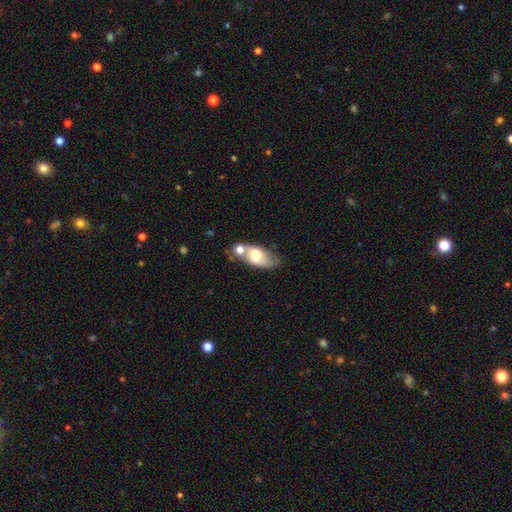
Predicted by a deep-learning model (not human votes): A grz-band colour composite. It shows a smooth galaxy with no disk features (58%) that is in between round and cigar-shaped (85%). Merging: none (41%).